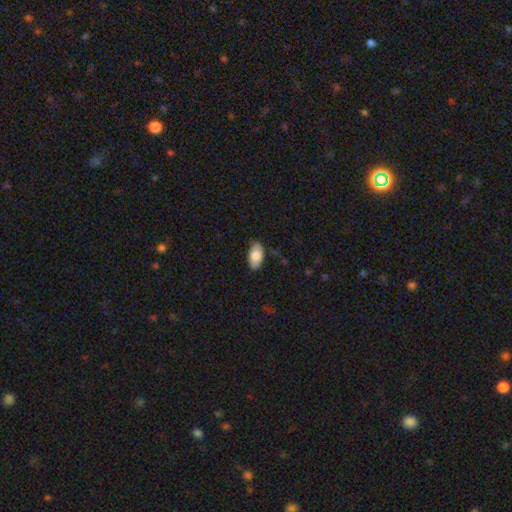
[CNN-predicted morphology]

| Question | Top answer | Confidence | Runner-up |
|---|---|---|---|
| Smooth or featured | smooth | 78% | featured or disk (16%) |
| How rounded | in between | 94% | round (3%) |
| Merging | none | 84% | minor disturbance (12%) |